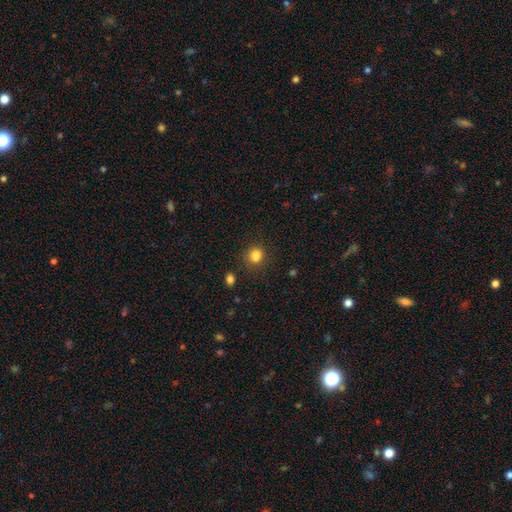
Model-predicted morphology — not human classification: A smooth galaxy with no disk features (84%) that is round (76%).

Vote fractions:
- Smooth or featured? smooth: 84% / star or artifact: 12% / featured or disk: 4%
- How rounded? round: 76% / in between: 23% / cigar-shaped: 1%
- Merging? none: 80% / minor disturbance: 12% / major disturbance: 4% / merger: 4%